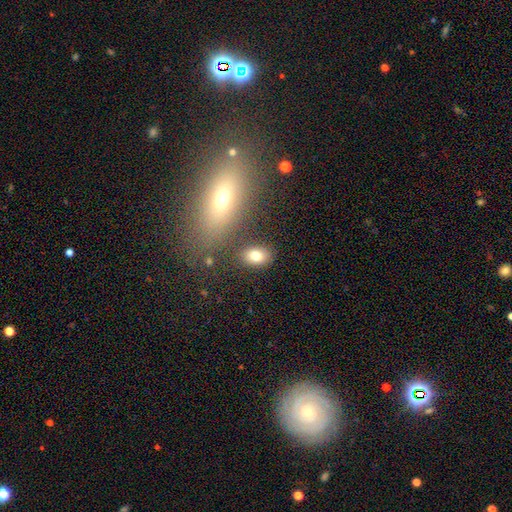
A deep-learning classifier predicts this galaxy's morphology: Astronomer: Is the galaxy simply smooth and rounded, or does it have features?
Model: smooth — 79%.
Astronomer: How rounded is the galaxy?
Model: in between — 80%.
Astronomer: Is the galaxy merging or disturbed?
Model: none — 81%.